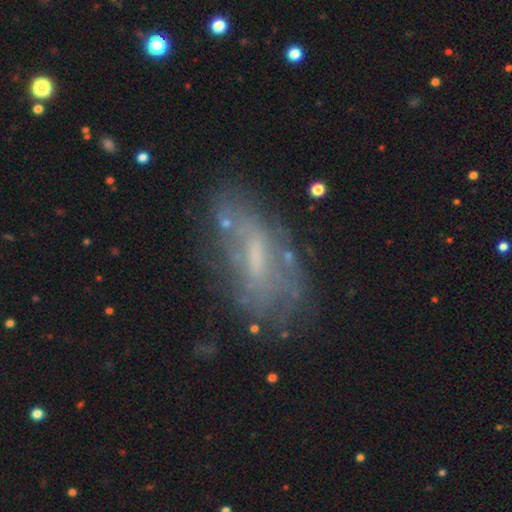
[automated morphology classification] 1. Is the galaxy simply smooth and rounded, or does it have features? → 60% featured or disk, 30% smooth, 10% star or artifact.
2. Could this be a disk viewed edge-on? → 87% no, 13% yes.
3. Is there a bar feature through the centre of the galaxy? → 45% weak, 35% no, 21% strong.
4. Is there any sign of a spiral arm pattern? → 59% no, 41% yes.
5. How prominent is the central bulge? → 32% small (tied), 32% none (tied), 30% moderate, 4% large, 1% dominant.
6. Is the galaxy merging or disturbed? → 56% none, 24% minor disturbance, 15% major disturbance, 5% merger.